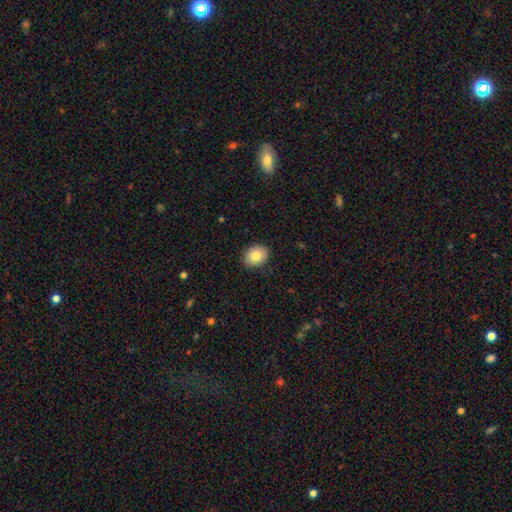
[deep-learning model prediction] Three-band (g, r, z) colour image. It shows a smooth galaxy with no disk features (83%) that is in between round and cigar-shaped (61%). Merging: none (89%).